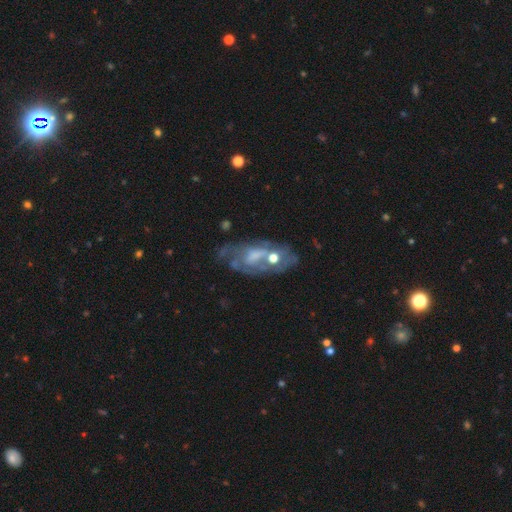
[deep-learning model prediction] Smooth or featured?
  - featured or disk: 67% *
  - smooth: 23%
  - star or artifact: 10%
Edge-on disk?
  - no: 92% *
  - yes: 8%
Bar?
  - no: 61% *
  - weak: 30%
  - strong: 9%
Spiral arms?
  - no: 53% *
  - yes: 47%
Bulge size?
  - moderate: 44% *
  - small: 26%
  - none: 20%
  - large: 10%
  - dominant: 2%
Merging?
  - none: 41% *
  - minor disturbance: 22%
  - major disturbance: 21%
  - merger: 16%